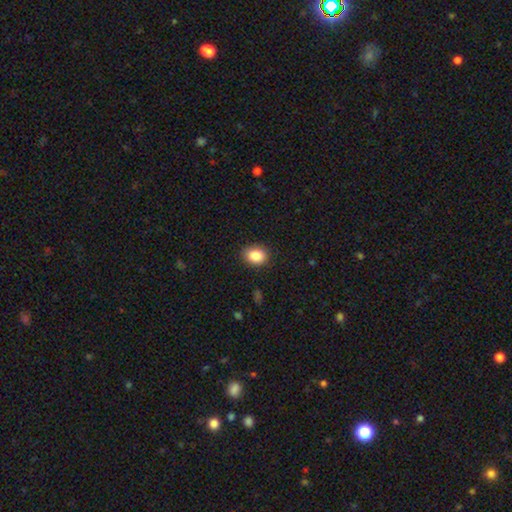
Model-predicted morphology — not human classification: The model was most divided on "how rounded": in between: 59%, round: 40%, cigar-shaped: 1%. More confident: merging — none (87%); smooth or featured — smooth (87%).